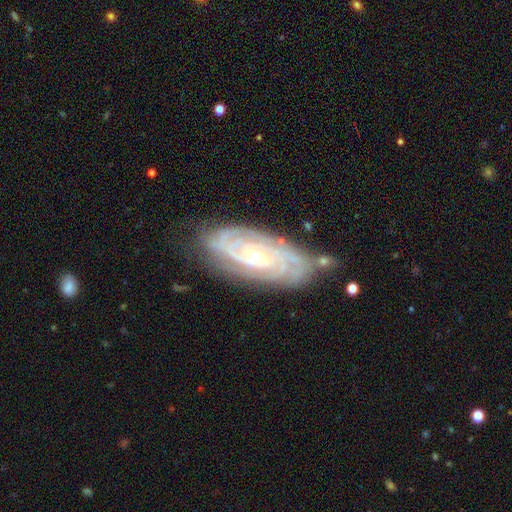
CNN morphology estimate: A featured or disk galaxy (86%) with no bar (69%), tight (80%) spiral arms (97%) and a small central bulge (66%).

Vote fractions:
- Smooth or featured? featured or disk: 86% / smooth: 8% / star or artifact: 6%
- Edge-on disk? no: 92% / yes: 8%
- Bar? no: 69% / weak: 23% / strong: 8%
- Spiral arms? yes: 97% / no: 3%
- Spiral winding? tight: 80% / medium: 17% / loose: 3%
- Spiral arm count? can't tell: 31% / 4: 22% / 3: 19% / 2: 14% / more than 4: 9% / 1: 5%
- Bulge size? small: 66% / moderate: 31% / large: 1% / none: 1% / dominant: 1%
- Merging? none: 76% / minor disturbance: 17% / major disturbance: 4% / merger: 3%